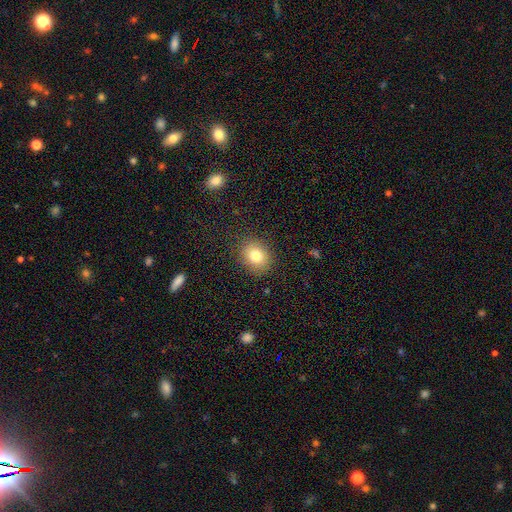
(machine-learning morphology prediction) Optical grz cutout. It shows a smooth galaxy with no disk features (81%) that is round (60%). Merging: none (87%).